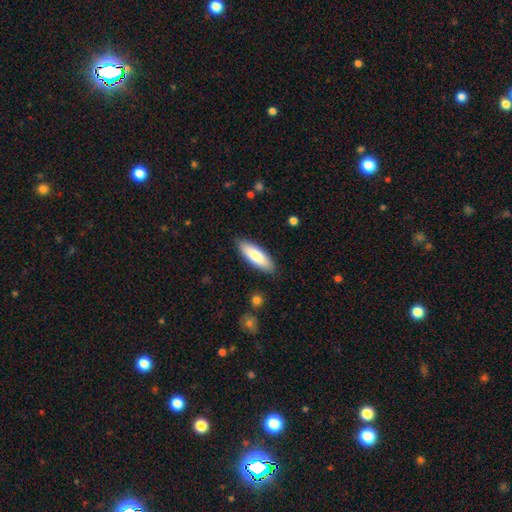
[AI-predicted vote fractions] The model was most divided on "how rounded": in between: 60%, cigar-shaped: 38%, round: 1%. More confident: merging — none (87%); smooth or featured — smooth (80%).